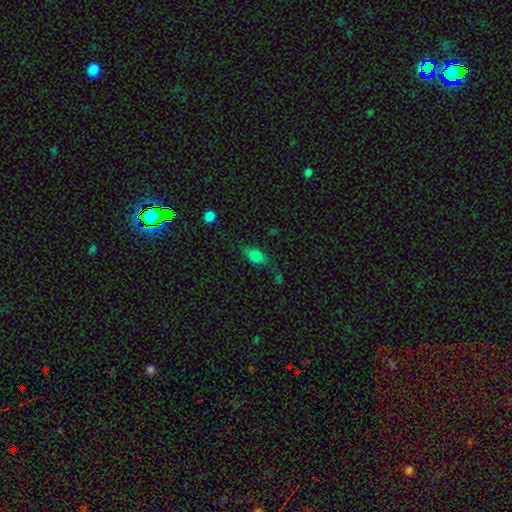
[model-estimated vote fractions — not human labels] Smooth or featured?
  - smooth: 78% *
  - star or artifact: 11%
  - featured or disk: 10%
How rounded?
  - in between: 86% *
  - cigar-shaped: 8%
  - round: 7%
Merging?
  - none: 62% *
  - minor disturbance: 24%
  - major disturbance: 8%
  - merger: 7%